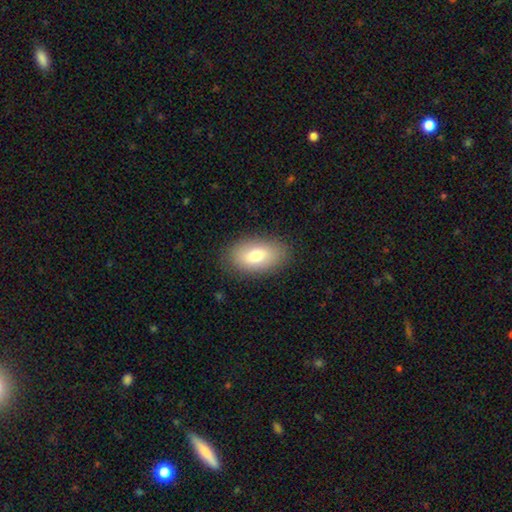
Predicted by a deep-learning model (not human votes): smooth_or_featured: smooth (p=0.77) [alt: featured or disk p=0.16]
how_rounded: in between (p=0.93) [alt: round p=0.05]
merging: none (p=0.86) [alt: minor disturbance p=0.10]